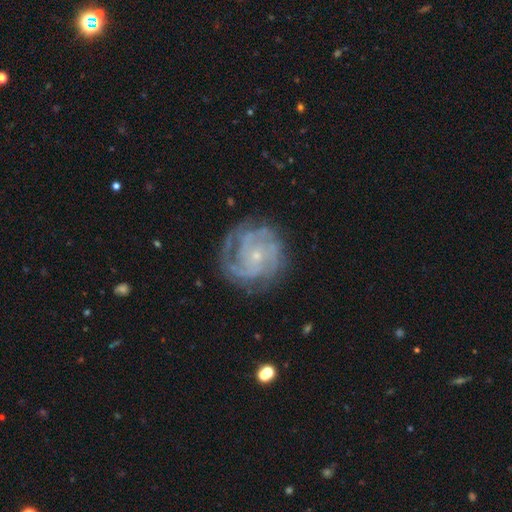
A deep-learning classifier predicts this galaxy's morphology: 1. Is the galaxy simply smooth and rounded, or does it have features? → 86% featured or disk, 8% smooth, 7% star or artifact.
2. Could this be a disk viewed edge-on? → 98% no, 2% yes.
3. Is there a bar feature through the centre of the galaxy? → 75% no, 20% weak, 4% strong.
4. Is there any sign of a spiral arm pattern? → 96% yes, 4% no.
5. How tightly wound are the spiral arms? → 67% tight, 28% medium, 5% loose.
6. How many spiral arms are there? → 29% 3, 24% can't tell, 18% 2, 15% 4, 7% more than 4, 7% 1.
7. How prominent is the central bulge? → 82% small, 14% moderate, 3% none, 1% large, 1% dominant.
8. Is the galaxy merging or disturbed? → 75% none, 16% minor disturbance, 8% major disturbance, 1% merger.